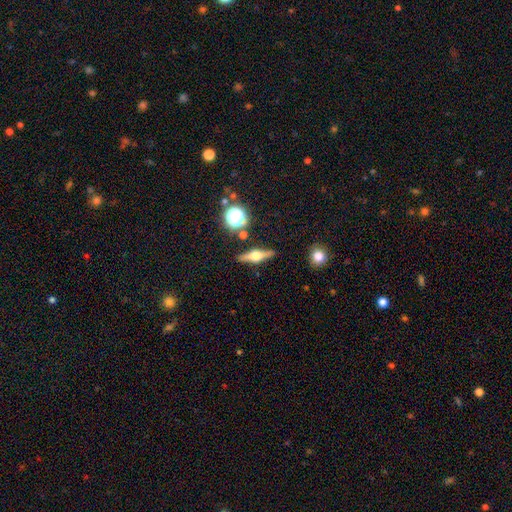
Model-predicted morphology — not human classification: smooth-or-featured: featured or disk: 70% | smooth: 22% | star or artifact: 8%
  disk-edge-on: yes: 96% | no: 4%
    edge-on-bulge: rounded: 95% | boxy: 4% | none: 1%
  merging: none: 87% | minor disturbance: 8% | merger: 3% | major disturbance: 2%